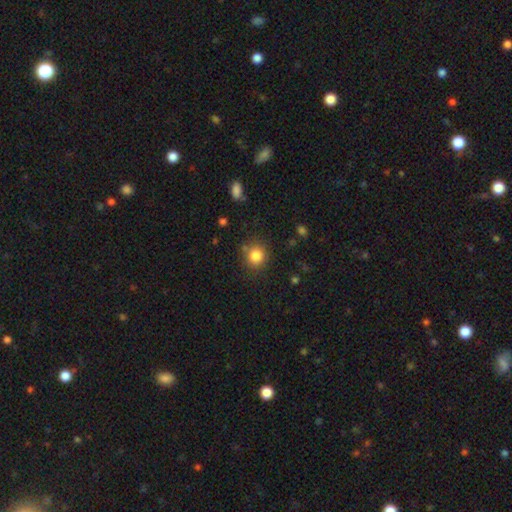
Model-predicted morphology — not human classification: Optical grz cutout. It shows a smooth galaxy with no disk features (83%) that is round (87%). Merging: none (81%).